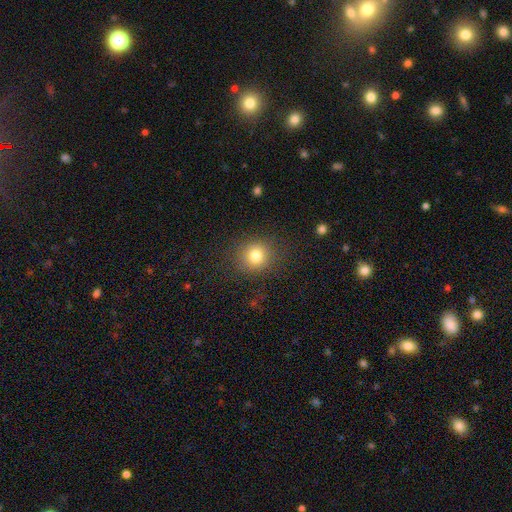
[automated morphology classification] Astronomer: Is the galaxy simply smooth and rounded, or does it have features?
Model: smooth — 81%.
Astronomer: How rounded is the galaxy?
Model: round — 85%.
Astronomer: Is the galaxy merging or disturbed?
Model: none — 86%.